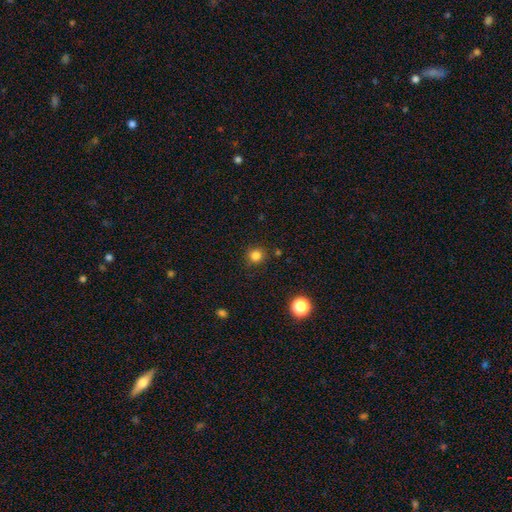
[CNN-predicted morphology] This is clearly a smooth galaxy (82%). How rounded: clearly round (91%). Merging: clearly none (86%).